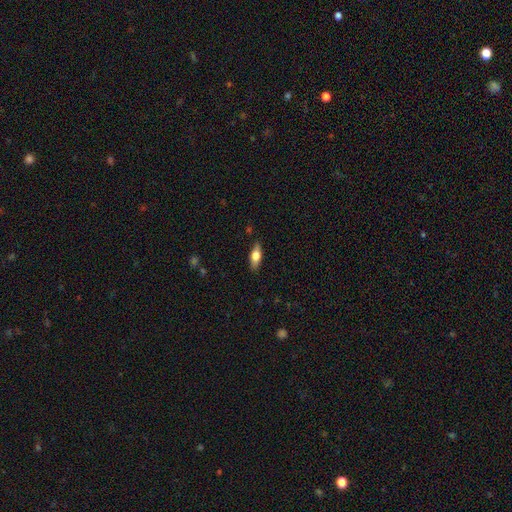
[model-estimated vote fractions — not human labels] A smooth galaxy with no disk features (60%) that is in between round and cigar-shaped (66%).

Vote fractions:
- Smooth or featured? smooth: 60% / featured or disk: 33% / star or artifact: 6%
- How rounded? in between: 66% / cigar-shaped: 31% / round: 3%
- Merging? none: 85% / minor disturbance: 12% / major disturbance: 2% / merger: 1%